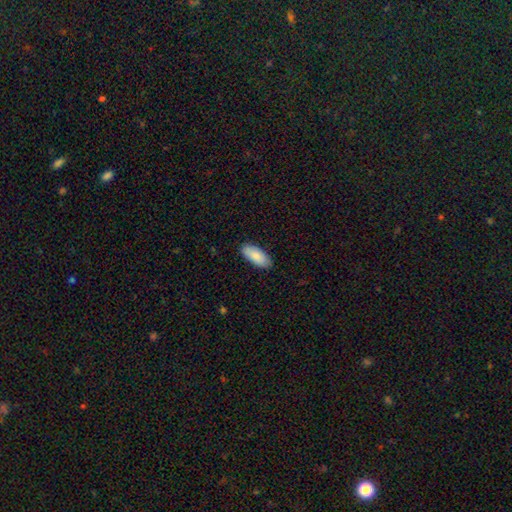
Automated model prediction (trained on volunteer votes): This appears to be a smooth galaxy with no disk features (87%) that is in between round and cigar-shaped (89%). Merging: none (87%).